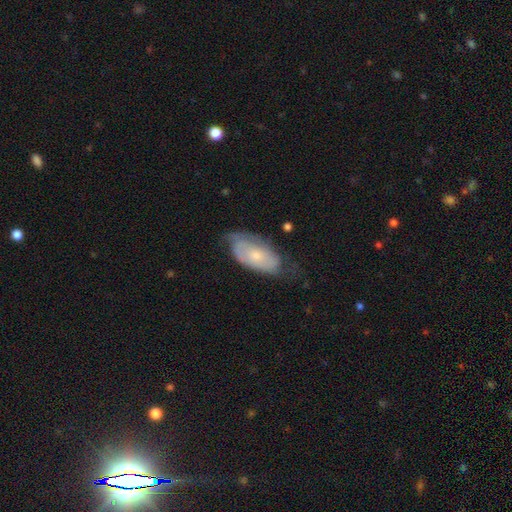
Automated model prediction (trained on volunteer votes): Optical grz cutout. It shows a featured or disk galaxy (52%). Merging: none (52%).